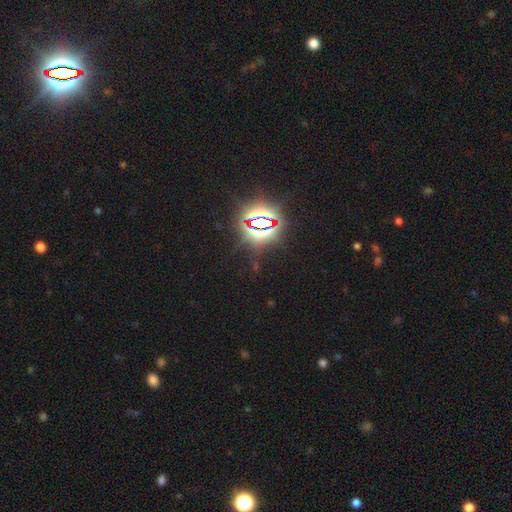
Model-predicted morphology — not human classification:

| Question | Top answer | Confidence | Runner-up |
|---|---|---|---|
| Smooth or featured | star or artifact | 84% | smooth (10%) |